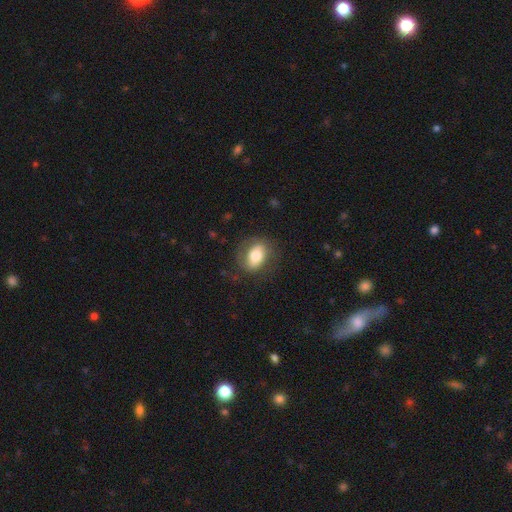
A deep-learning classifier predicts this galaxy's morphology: This is likely a smooth galaxy (68%). How rounded: likely in between (78%). Merging: likely none (73%).